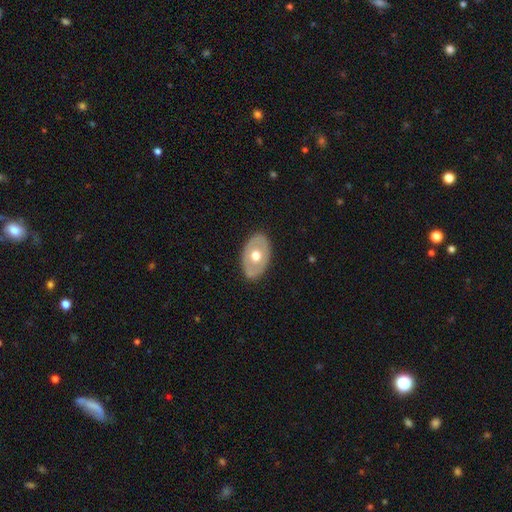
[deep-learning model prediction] A smooth galaxy with no disk features (47%, tied with featured or disk).

Vote fractions:
- Smooth or featured? smooth: 47% (tied) / featured or disk: 47% (tied) / star or artifact: 5%
- Merging? none: 84% / minor disturbance: 12% / major disturbance: 3% / merger: 1%